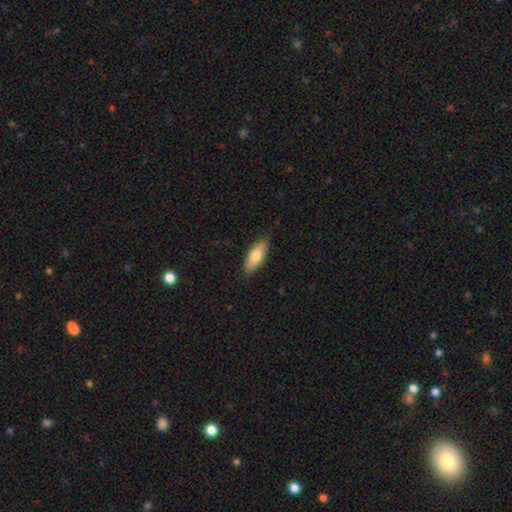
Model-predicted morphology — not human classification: A smooth galaxy with no disk features (76%) that is in between round and cigar-shaped (69%).

Vote fractions:
- Smooth or featured? smooth: 76% / featured or disk: 18% / star or artifact: 6%
- How rounded? in between: 69% / cigar-shaped: 29% / round: 2%
- Merging? none: 86% / minor disturbance: 11% / major disturbance: 2% / merger: 1%